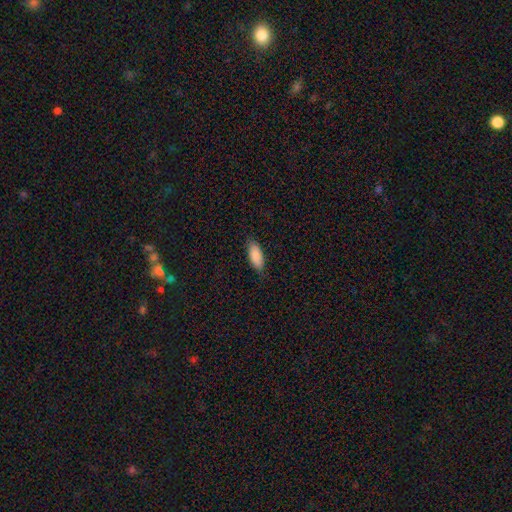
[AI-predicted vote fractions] Q: Smooth or featured?
A: smooth (89%); runner-up: star or artifact (6%)
Q: How rounded?
A: in between (84%); runner-up: cigar-shaped (15%)
Q: Merging?
A: none (83%); runner-up: minor disturbance (13%)